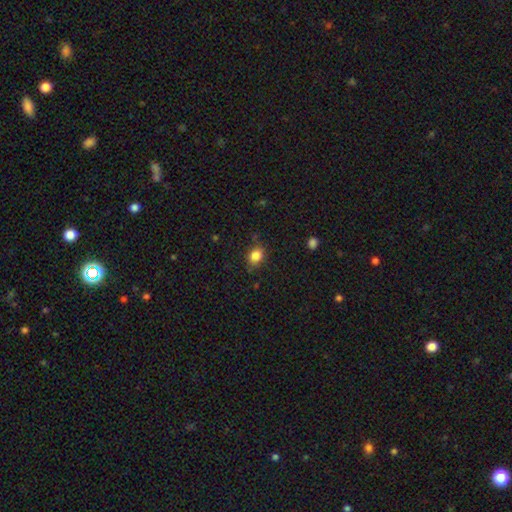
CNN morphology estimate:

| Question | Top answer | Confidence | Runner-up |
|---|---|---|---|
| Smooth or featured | smooth | 84% | star or artifact (10%) |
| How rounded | in between | 57% | round (41%) |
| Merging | none | 78% | minor disturbance (17%) |